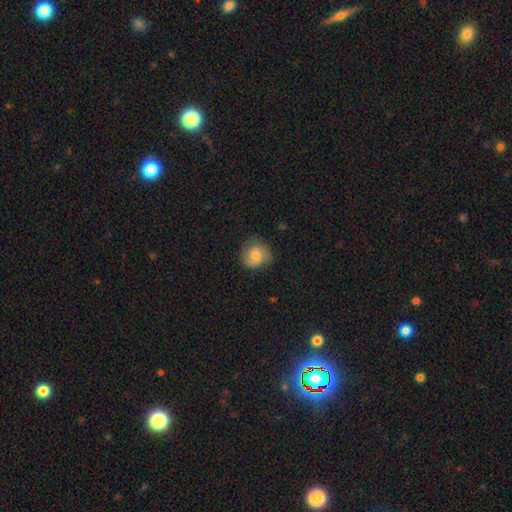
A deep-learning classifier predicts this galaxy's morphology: smooth-or-featured: smooth: 62% | featured or disk: 30% | star or artifact: 8%
  how-rounded: round: 83% | in between: 16% | cigar-shaped: 1%
  merging: none: 73% | minor disturbance: 20% | major disturbance: 6% | merger: 1%